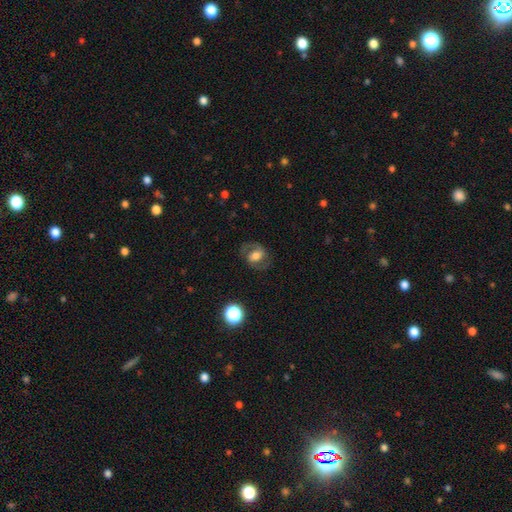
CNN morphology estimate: Smooth or featured? Predicted: featured or disk (p=0.59). Edge-on disk? Predicted: no (p=0.96). Bar? Predicted: weak (p=0.41). Spiral arms? Predicted: yes (p=0.80). Bulge size? Predicted: moderate (p=0.50). Merging? Predicted: none (p=0.74).